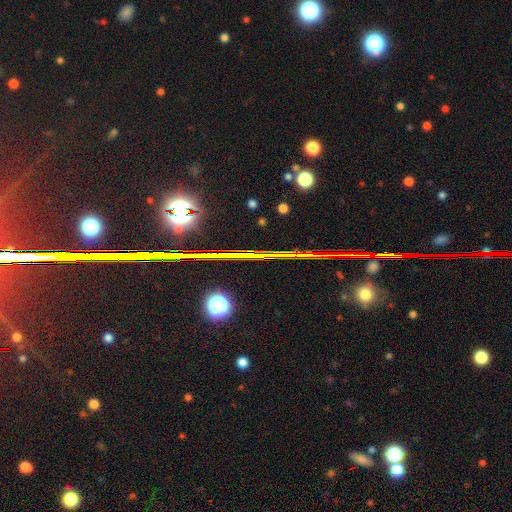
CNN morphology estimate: A star or artifact, not a galaxy (81%).

Vote fractions:
- Smooth or featured? star or artifact: 81% / smooth: 10% / featured or disk: 9%